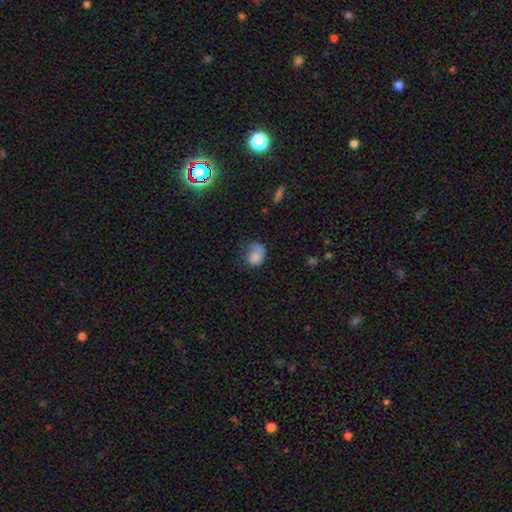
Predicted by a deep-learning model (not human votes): A smooth galaxy with no disk features (76%) that is round (58%). Merging: none (36%).